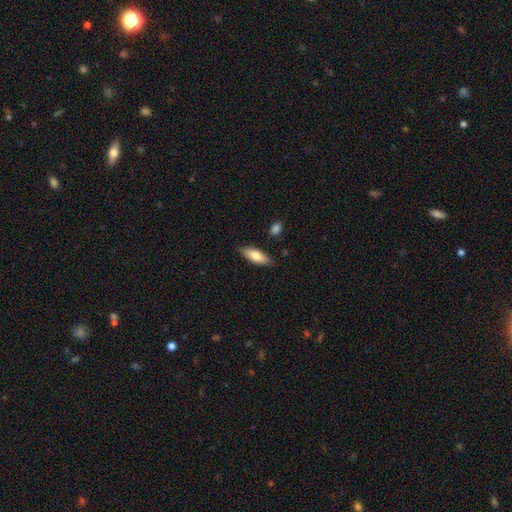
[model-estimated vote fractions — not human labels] Smooth or featured: smooth — 77% (featured or disk — 17%)
How rounded: in between — 65% (cigar-shaped — 33%)
Merging: none — 84% (minor disturbance — 11%)